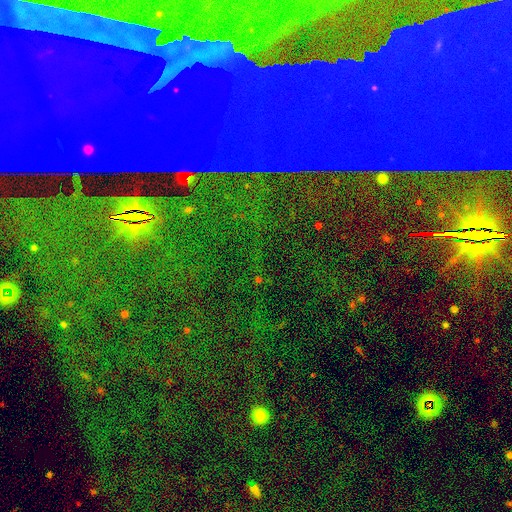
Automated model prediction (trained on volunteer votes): Smooth or featured?
  - star or artifact: 79% *
  - featured or disk: 11%
  - smooth: 10%